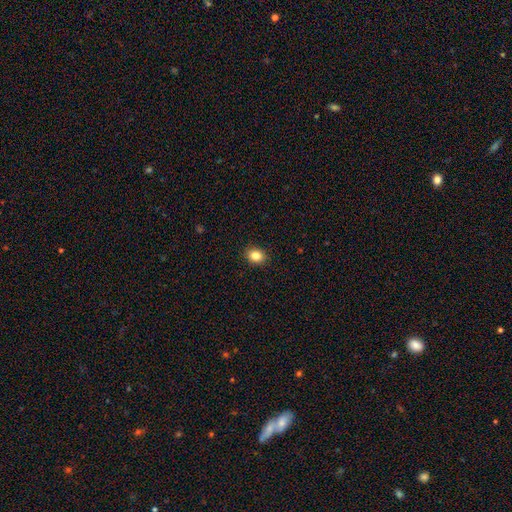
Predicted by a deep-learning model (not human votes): Smooth or featured: smooth — 84% (star or artifact — 10%)
How rounded: round — 54% (in between — 45%)
Merging: none — 91% (minor disturbance — 7%)